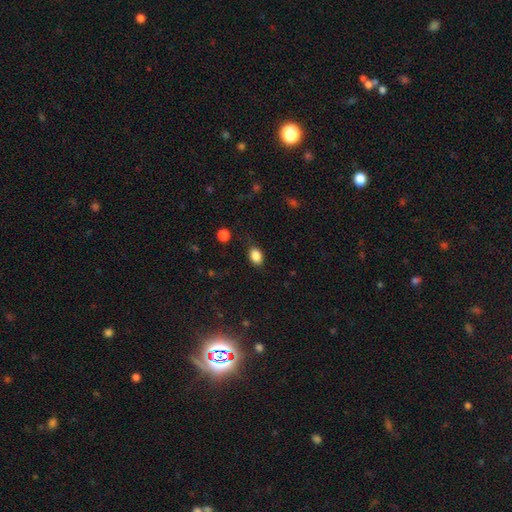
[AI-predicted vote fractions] A smooth galaxy with no disk features (87%) that is in between round and cigar-shaped (80%).

Vote fractions:
- Smooth or featured? smooth: 87% / star or artifact: 9% / featured or disk: 4%
- How rounded? in between: 80% / round: 19% / cigar-shaped: 1%
- Merging? none: 79% / minor disturbance: 16% / major disturbance: 4% / merger: 1%